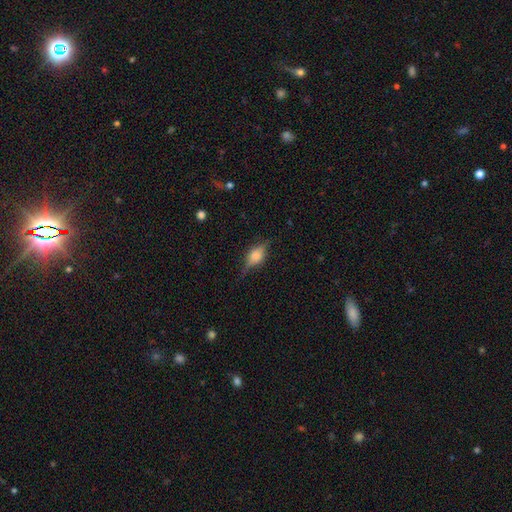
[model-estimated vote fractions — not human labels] Smooth or featured?
  - featured or disk: 50% *
  - smooth: 40%
  - star or artifact: 10%
Edge-on disk?
  - yes: 94% *
  - no: 6%
Merging?
  - none: 73% *
  - minor disturbance: 20%
  - major disturbance: 6%
  - merger: 1%